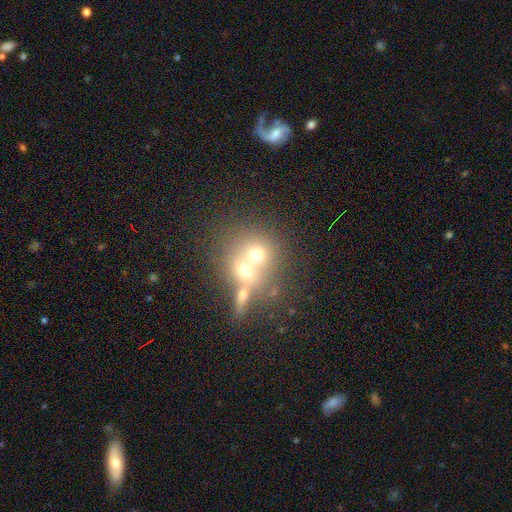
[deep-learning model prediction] A smooth galaxy with no disk features (55%) that is round (79%).

Vote fractions:
- Smooth or featured? smooth: 55% / featured or disk: 29% / star or artifact: 15%
- How rounded? round: 79% / in between: 20% / cigar-shaped: 1%
- Merging? merger: 61% / none: 28% / minor disturbance: 6% / major disturbance: 5%